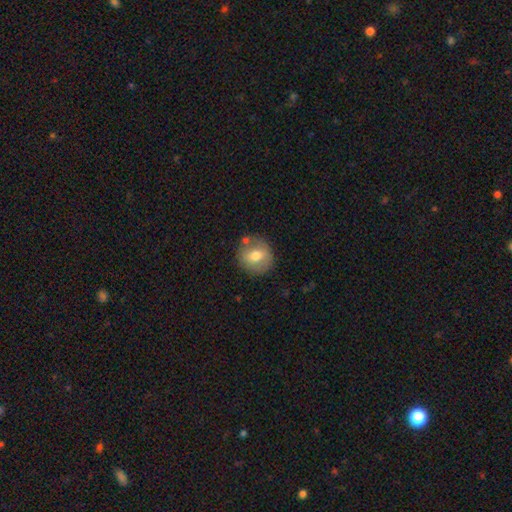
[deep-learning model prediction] Smooth or featured: smooth — 66% (featured or disk — 26%)
How rounded: round — 86% (in between — 13%)
Merging: none — 76% (minor disturbance — 13%)